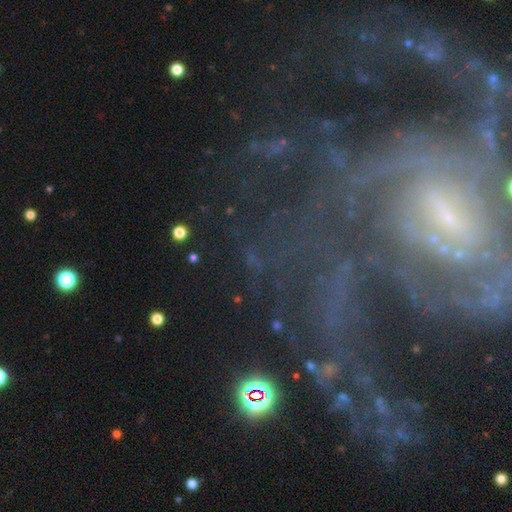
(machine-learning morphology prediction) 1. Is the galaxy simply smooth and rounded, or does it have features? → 61% featured or disk, 25% star or artifact, 14% smooth.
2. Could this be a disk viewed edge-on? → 92% no, 8% yes.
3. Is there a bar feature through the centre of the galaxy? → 35% no, 33% weak, 32% strong.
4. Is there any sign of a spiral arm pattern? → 85% yes, 15% no.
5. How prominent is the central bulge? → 59% small, 24% moderate, 8% none, 6% large, 3% dominant.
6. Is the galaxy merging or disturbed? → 66% none, 14% minor disturbance, 14% major disturbance, 6% merger.